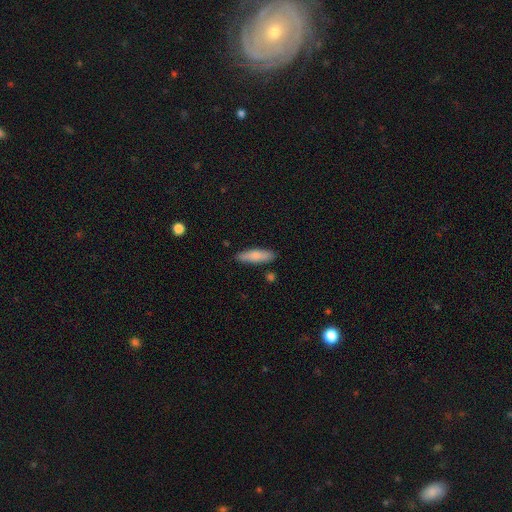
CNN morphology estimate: A smooth galaxy with no disk features (80%) that is cigar-shaped (63%).

Vote fractions:
- Smooth or featured? smooth: 80% / featured or disk: 14% / star or artifact: 6%
- How rounded? cigar-shaped: 63% / in between: 36% / round: 2%
- Merging? none: 84% / minor disturbance: 12% / merger: 2% / major disturbance: 2%